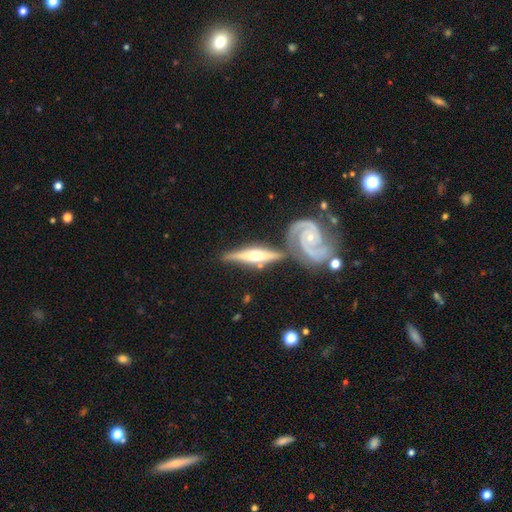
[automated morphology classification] This appears to be a featured or disk galaxy (82%) viewed edge-on (87%) with a rounded central bulge (92%). Merging: none (60%).